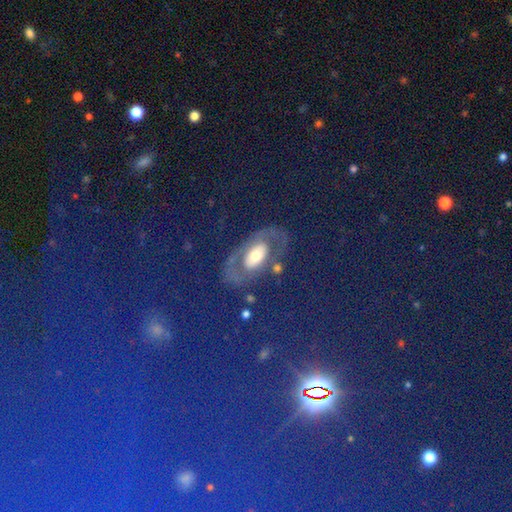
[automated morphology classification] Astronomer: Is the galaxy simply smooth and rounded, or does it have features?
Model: smooth — 35% (runner-up: featured or disk, 33%).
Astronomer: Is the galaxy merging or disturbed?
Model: none — 69%.